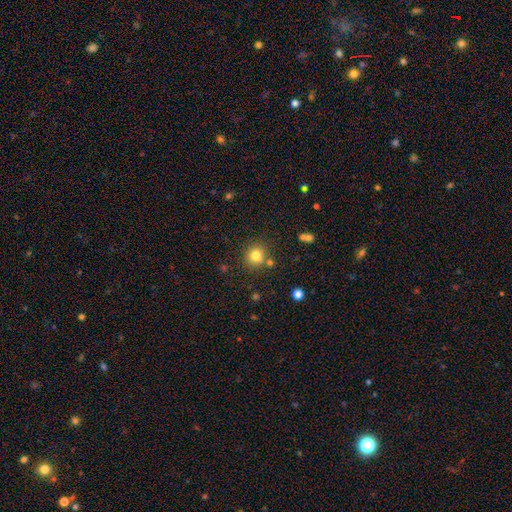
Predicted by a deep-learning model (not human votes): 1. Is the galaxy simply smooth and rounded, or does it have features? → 78% smooth, 14% star or artifact, 8% featured or disk.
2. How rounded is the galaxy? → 89% round, 10% in between, 1% cigar-shaped.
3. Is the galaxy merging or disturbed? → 78% none, 9% merger, 9% minor disturbance, 3% major disturbance.